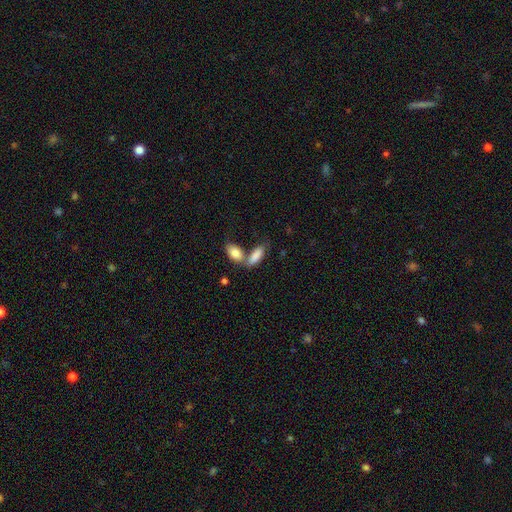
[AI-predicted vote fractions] Overall: smooth (85%). How rounded: in between (82%). Merging: merger (47%; none 38%).